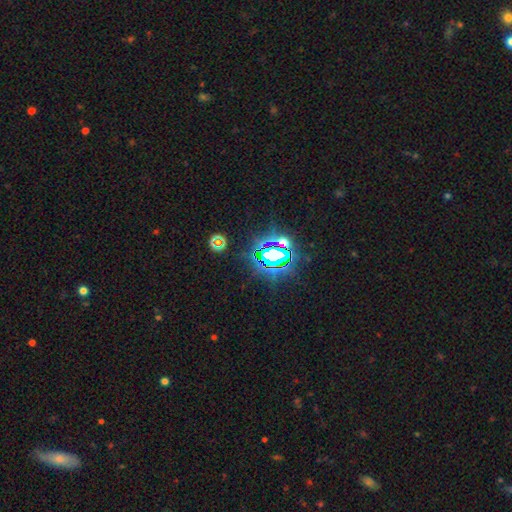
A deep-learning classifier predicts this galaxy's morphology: Smooth or featured? star or artifact (82%)